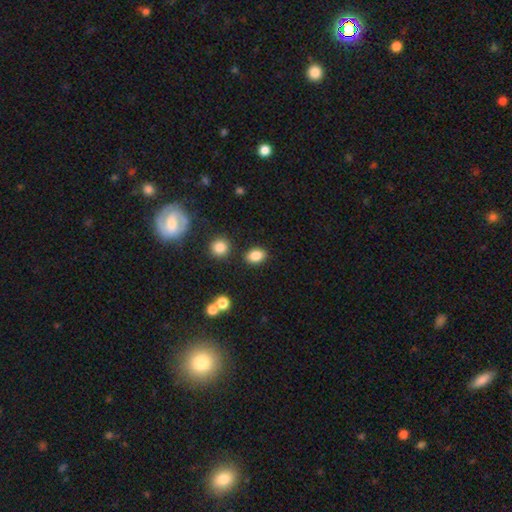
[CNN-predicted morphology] The model was most divided on "how rounded": in between: 77%, round: 21%, cigar-shaped: 1%. More confident: smooth or featured — smooth (84%); merging — none (84%).